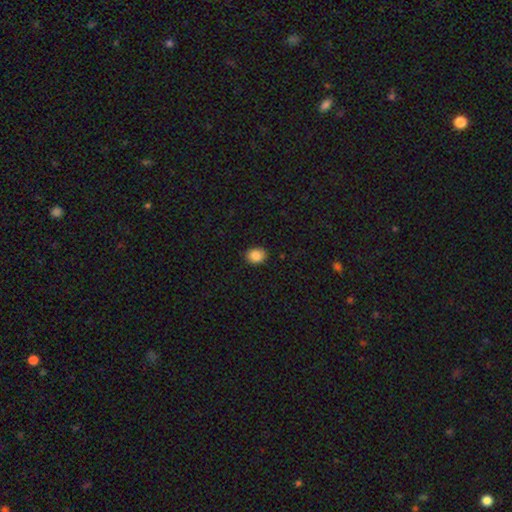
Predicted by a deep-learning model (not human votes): smooth_or_featured: smooth (p=0.88) [alt: star or artifact p=0.09]
how_rounded: in between (p=0.51) [alt: round p=0.48]
merging: none (p=0.86) [alt: minor disturbance p=0.11]